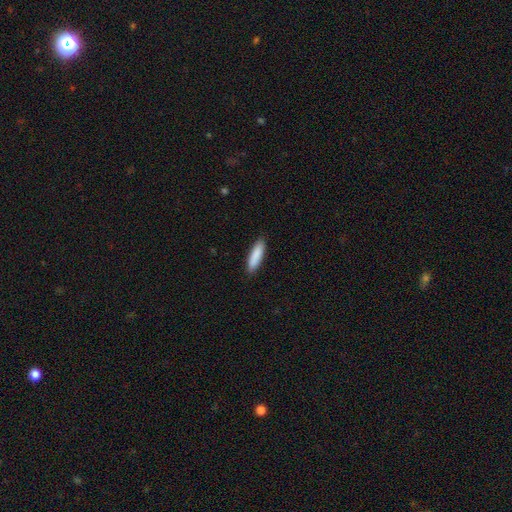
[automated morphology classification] This appears to be a smooth galaxy with no disk features (88%) that is cigar-shaped (67%). Merging: none (89%).